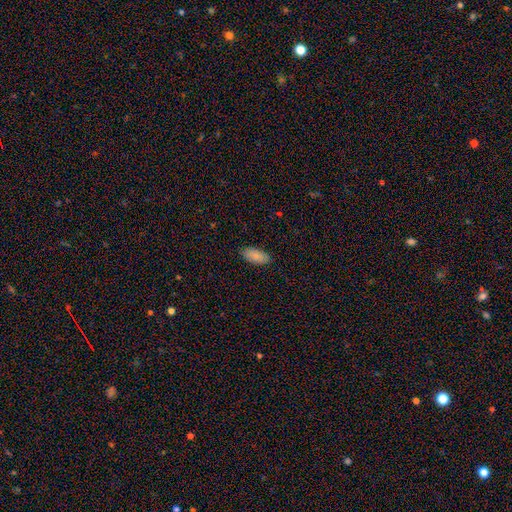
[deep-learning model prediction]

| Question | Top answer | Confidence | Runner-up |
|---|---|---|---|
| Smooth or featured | smooth | 86% | featured or disk (7%) |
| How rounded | in between | 92% | cigar-shaped (6%) |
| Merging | none | 87% | minor disturbance (10%) |